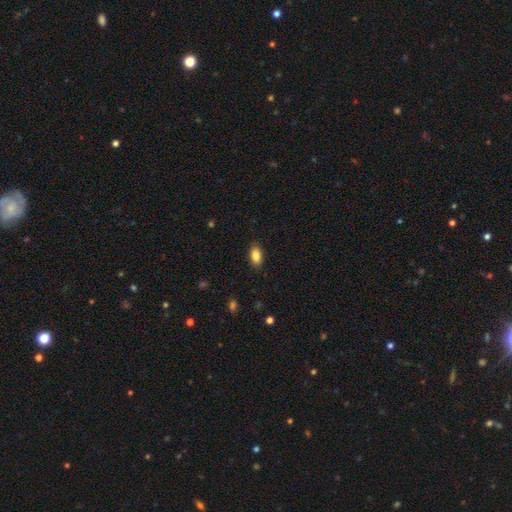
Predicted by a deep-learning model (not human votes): The model was most divided on "smooth or featured": smooth: 86%, star or artifact: 8%, featured or disk: 7%. More confident: how rounded — in between (91%); merging — none (88%).